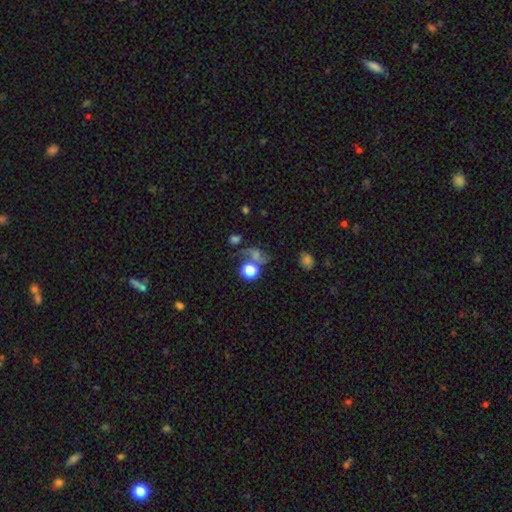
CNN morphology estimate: smooth_or_featured: star or artifact (p=0.40) [alt: smooth p=0.36]